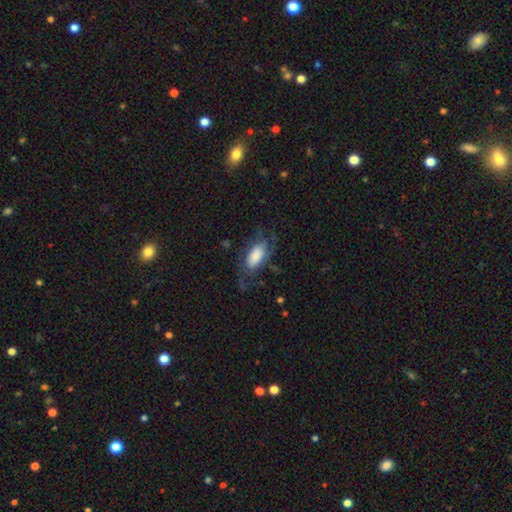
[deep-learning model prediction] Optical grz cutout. It shows a smooth galaxy with no disk features (52%) that is in between round and cigar-shaped (90%). Merging: none (55%).